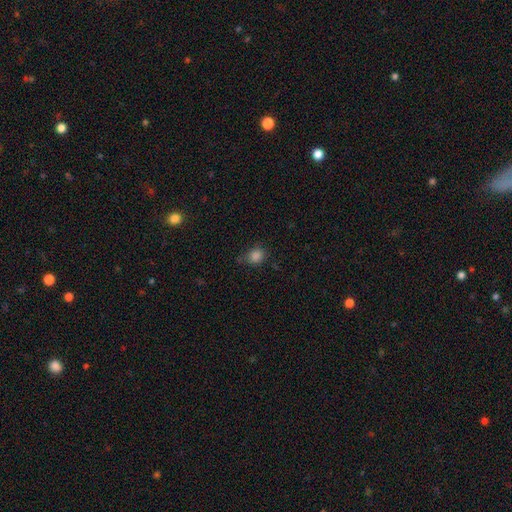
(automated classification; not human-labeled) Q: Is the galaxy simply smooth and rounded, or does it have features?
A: smooth — 83%.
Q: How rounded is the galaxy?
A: round — 67%.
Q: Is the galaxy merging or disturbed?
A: none — 64%.